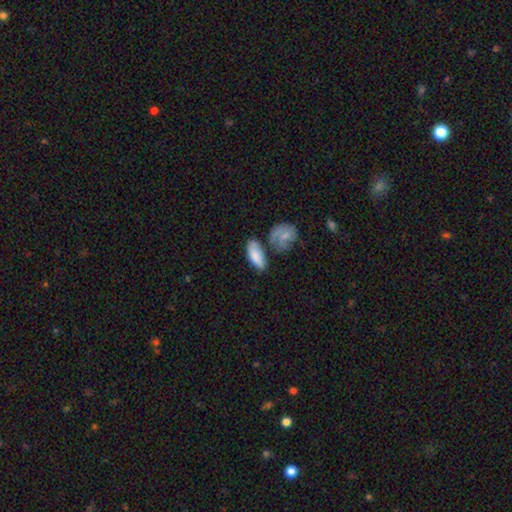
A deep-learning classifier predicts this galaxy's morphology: Q: Smooth or featured?
A: smooth (80%); runner-up: featured or disk (14%)
Q: How rounded?
A: in between (81%); runner-up: cigar-shaped (16%)
Q: Merging?
A: none (49%); runner-up: minor disturbance (22%)